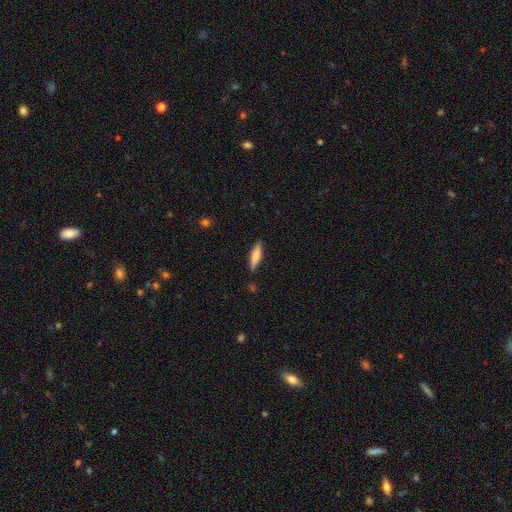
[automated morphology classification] smooth-or-featured: smooth: 70% | featured or disk: 24% | star or artifact: 6%
  how-rounded: cigar-shaped: 73% | in between: 25% | round: 2%
  merging: none: 85% | minor disturbance: 11% | major disturbance: 2% | merger: 2%